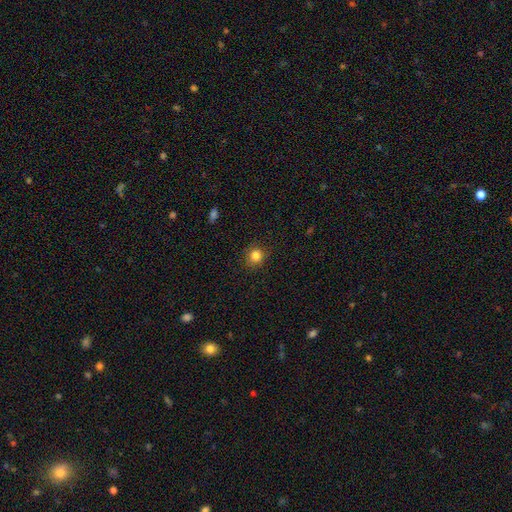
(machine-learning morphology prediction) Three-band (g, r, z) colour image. It shows a smooth galaxy with no disk features (83%) that is round (89%). Merging: none (89%).